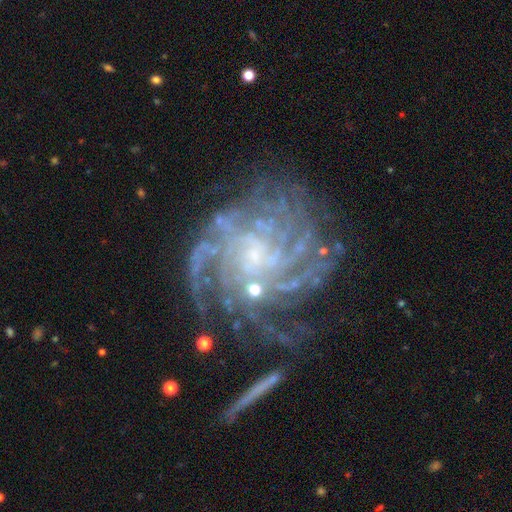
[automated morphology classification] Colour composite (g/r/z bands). It shows a featured or disk galaxy (88%) with no bar (66%), more than 4 (36%) tight (66%) spiral arms (97%) and a small central bulge (75%). Merging: none (65%).